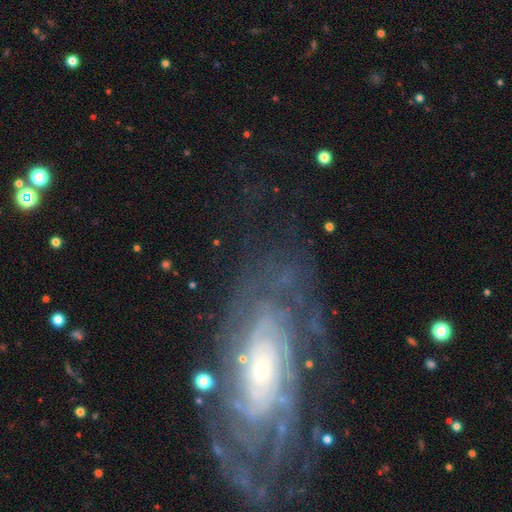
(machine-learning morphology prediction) Smooth or featured: featured or disk — 83% (smooth — 9%)
Edge-on disk: no — 91% (yes — 9%)
Bar: no — 66% (weak — 24%)
Spiral arms: yes — 95% (no — 5%)
Spiral winding: tight — 74% (medium — 21%)
Spiral arm count: can't tell — 43% (2 — 14%)
Bulge size: small — 67% (moderate — 25%)
Merging: none — 75% (minor disturbance — 15%)